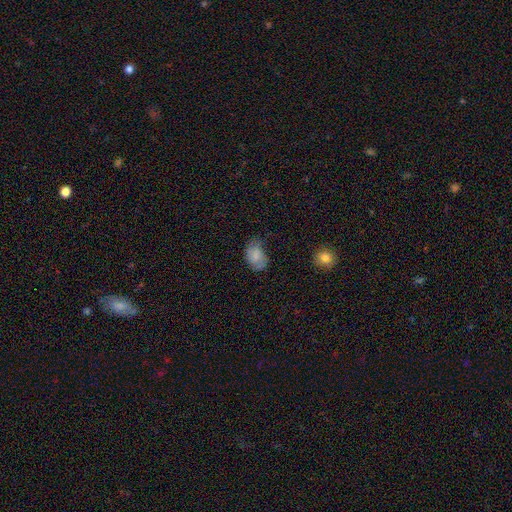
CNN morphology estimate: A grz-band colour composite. It shows a smooth galaxy with no disk features (74%) that is in between round and cigar-shaped (82%). Merging: none (45%).